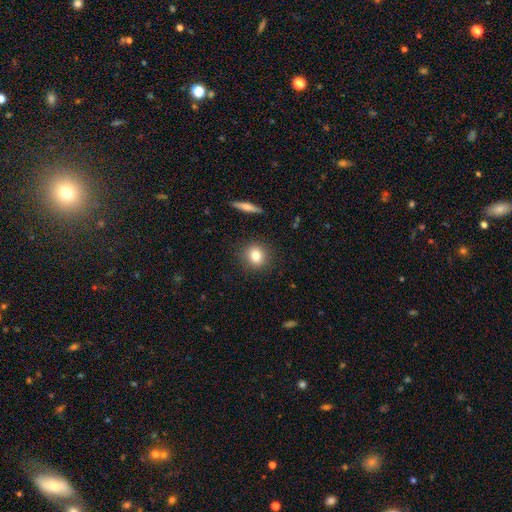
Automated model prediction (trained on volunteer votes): Morphology: type=smooth (80%); roundness=round (82%); merging=none (89%).